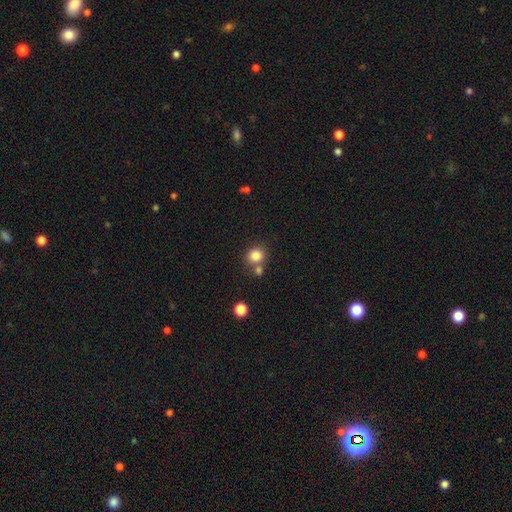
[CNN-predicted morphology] Smooth or featured? smooth (83%)
How rounded? round (82%)
Merging? none (64%)